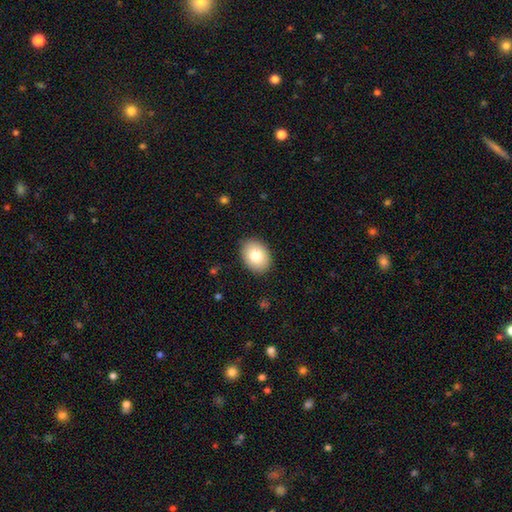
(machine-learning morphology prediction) smooth 80%, featured or disk 12%, star or artifact 8%. Down the decision tree: how rounded — in between (68%); merging — none (88%).